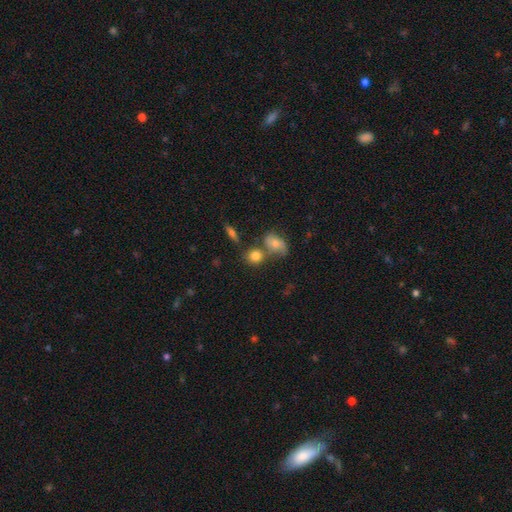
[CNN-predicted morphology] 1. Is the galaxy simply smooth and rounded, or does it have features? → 79% smooth, 12% featured or disk, 10% star or artifact.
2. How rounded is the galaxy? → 71% round, 27% in between, 2% cigar-shaped.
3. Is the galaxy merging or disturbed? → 54% none, 29% merger, 12% minor disturbance, 5% major disturbance.